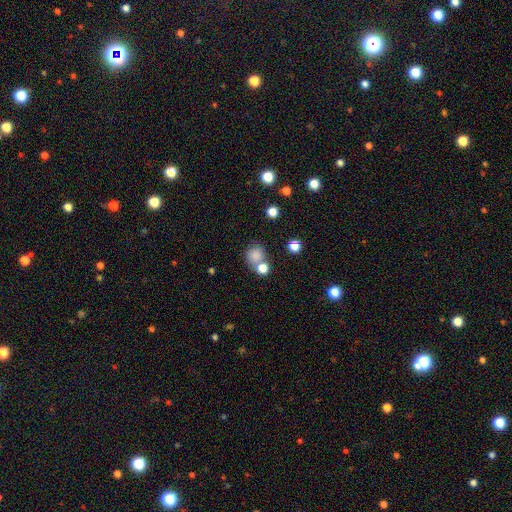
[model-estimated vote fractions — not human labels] A smooth galaxy with no disk features (81%) that is round (82%). Merging: none (58%).